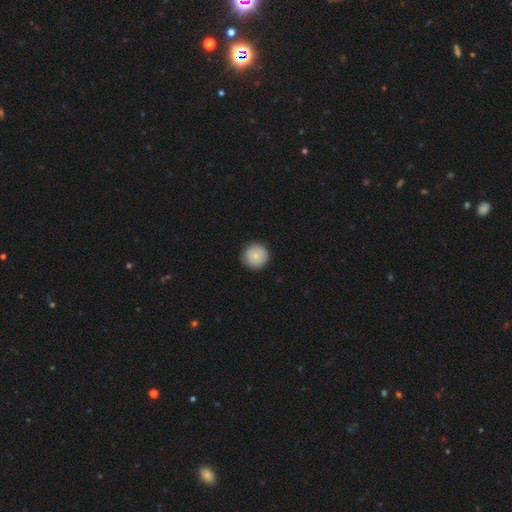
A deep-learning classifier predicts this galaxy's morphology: The model was most divided on "smooth or featured": smooth: 83%, featured or disk: 10%, star or artifact: 7%. More confident: how rounded — round (95%); merging — none (90%).